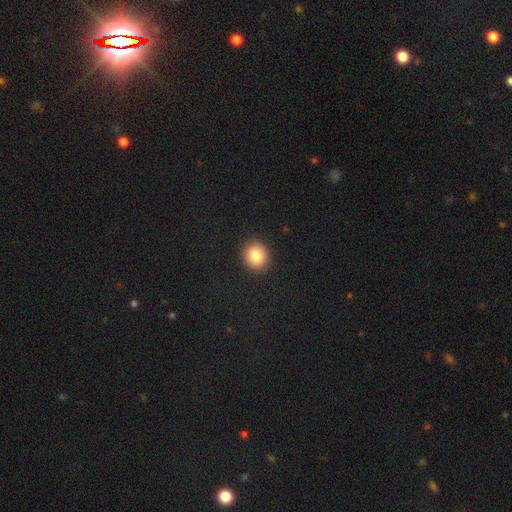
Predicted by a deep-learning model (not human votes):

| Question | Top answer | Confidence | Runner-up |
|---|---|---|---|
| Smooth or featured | smooth | 85% | star or artifact (10%) |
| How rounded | round | 83% | in between (17%) |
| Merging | none | 91% | minor disturbance (6%) |